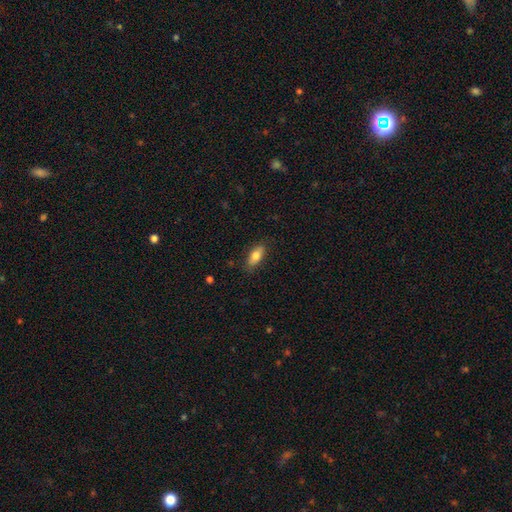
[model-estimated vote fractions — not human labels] Smooth or featured?
  - smooth: 79% *
  - featured or disk: 15%
  - star or artifact: 7%
How rounded?
  - in between: 78% *
  - cigar-shaped: 19%
  - round: 3%
Merging?
  - none: 84% *
  - minor disturbance: 12%
  - major disturbance: 3%
  - merger: 1%